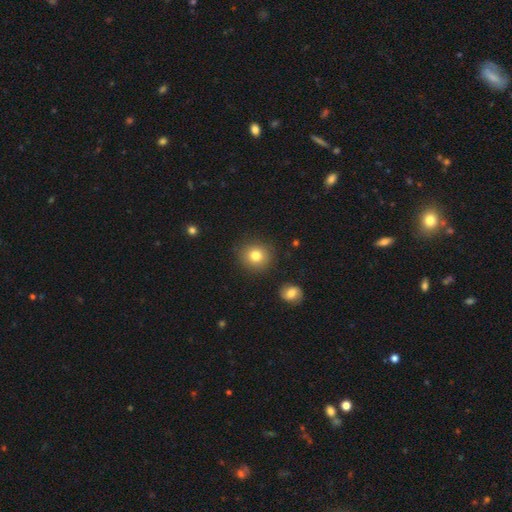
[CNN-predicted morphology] This appears to be a smooth galaxy with no disk features (80%) that is round (87%). Merging: none (87%).